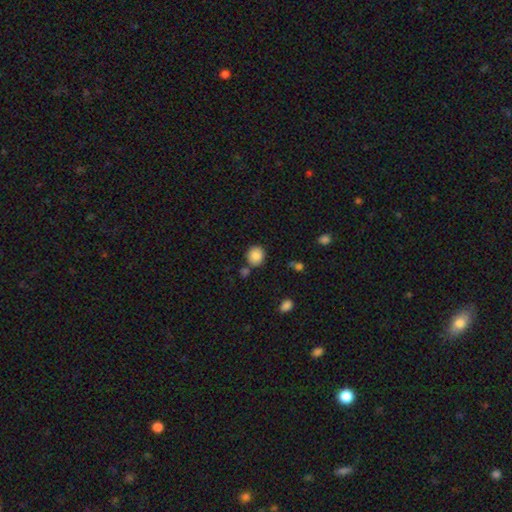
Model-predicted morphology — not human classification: This is clearly a smooth galaxy (87%). How rounded: likely round (80%). Merging: likely none (75%).